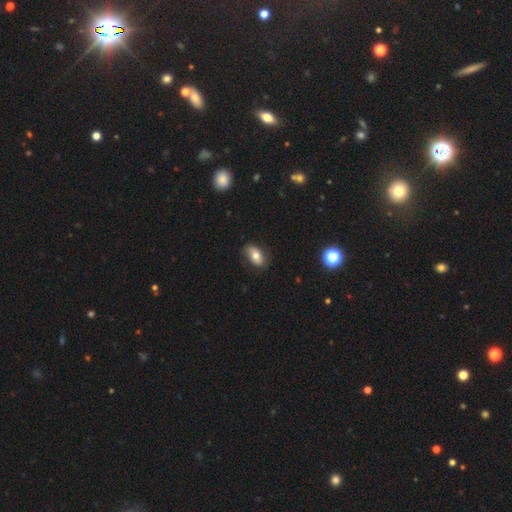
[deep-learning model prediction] Smooth or featured: smooth — 66% (featured or disk — 26%)
How rounded: in between — 90% (round — 7%)
Merging: none — 74% (minor disturbance — 19%)